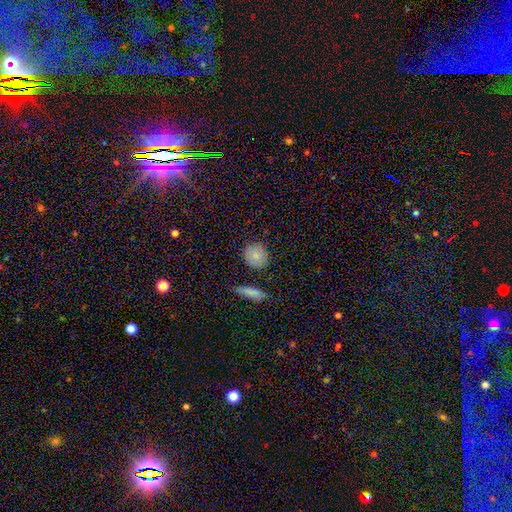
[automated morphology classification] type=smooth (83%); roundness=round (82%); merging=none (84%).